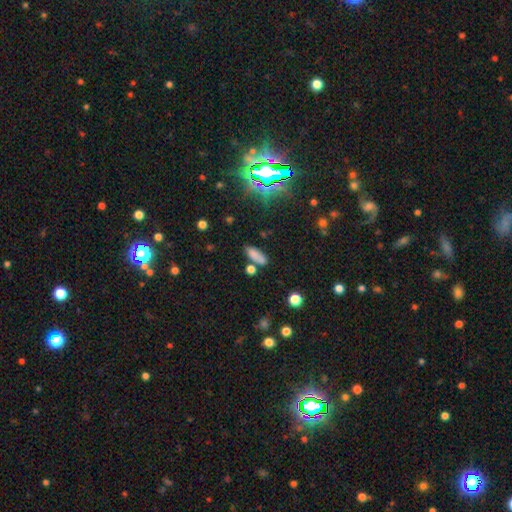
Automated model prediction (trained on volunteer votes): A smooth galaxy with no disk features (76%) that is in between round and cigar-shaped (69%).

Vote fractions:
- Smooth or featured? smooth: 76% / star or artifact: 16% / featured or disk: 8%
- How rounded? in between: 69% / cigar-shaped: 27% / round: 4%
- Merging? none: 69% / minor disturbance: 14% / merger: 13% / major disturbance: 4%